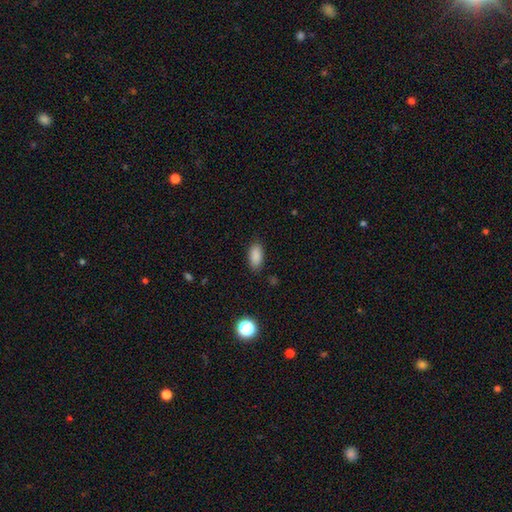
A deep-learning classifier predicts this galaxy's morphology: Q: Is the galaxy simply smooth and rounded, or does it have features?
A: smooth — 88%.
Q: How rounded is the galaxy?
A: in between — 91%.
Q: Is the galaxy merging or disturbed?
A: none — 86%.